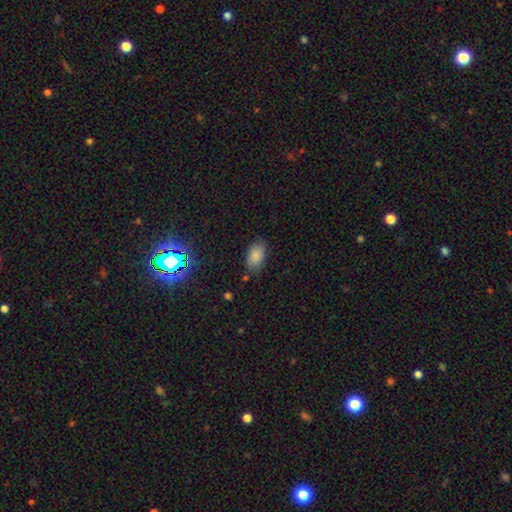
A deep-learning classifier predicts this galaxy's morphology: The model was most divided on "merging": none: 77%, minor disturbance: 17%, major disturbance: 4%, merger: 2%. More confident: how rounded — in between (92%); smooth or featured — smooth (84%).